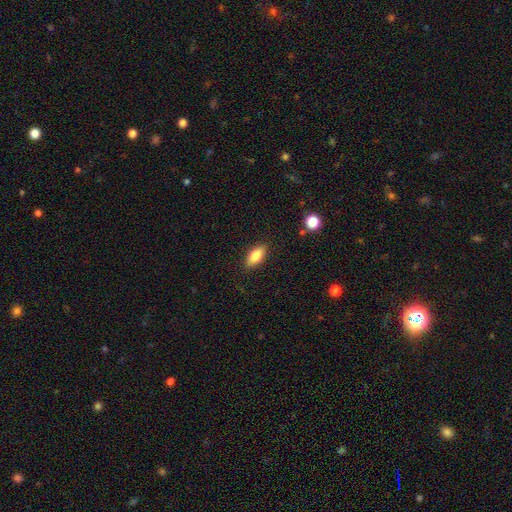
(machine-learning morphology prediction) Smooth or featured: smooth — 82% (featured or disk — 11%)
How rounded: in between — 87% (cigar-shaped — 9%)
Merging: none — 87% (minor disturbance — 9%)